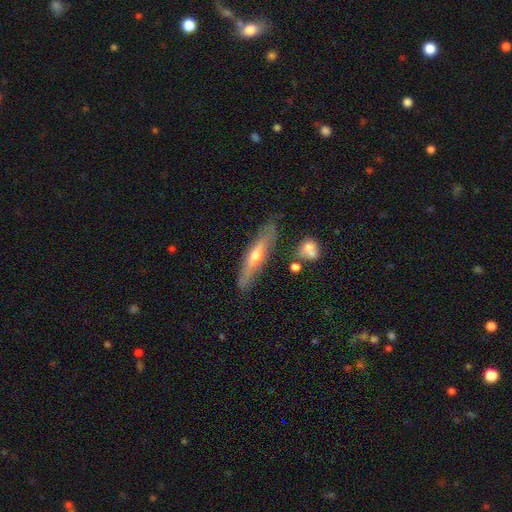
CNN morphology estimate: A featured or disk galaxy (58%) viewed edge-on (85%).

Vote fractions:
- Smooth or featured? featured or disk: 58% / smooth: 36% / star or artifact: 6%
- Edge-on disk? yes: 85% / no: 15%
- Merging? none: 78% / minor disturbance: 15% / major disturbance: 3% / merger: 3%